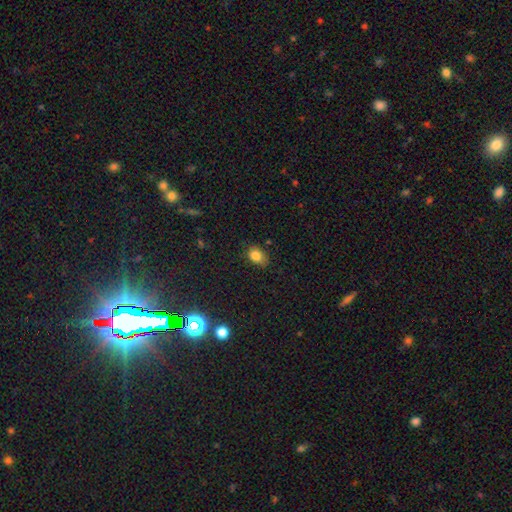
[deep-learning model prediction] Smooth or featured? smooth (82%)
How rounded? in between (72%)
Merging? none (68%)